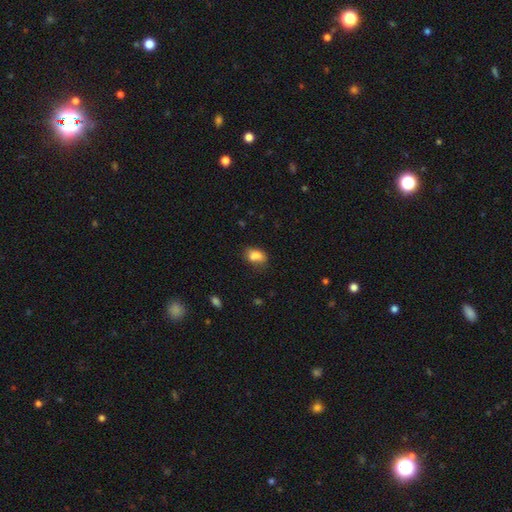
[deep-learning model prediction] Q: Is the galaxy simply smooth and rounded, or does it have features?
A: smooth — 79%.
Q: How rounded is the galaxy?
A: in between — 78%.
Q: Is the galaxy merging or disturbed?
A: none — 46%.